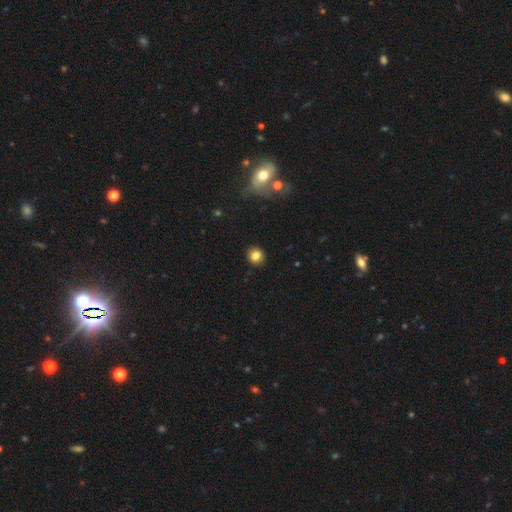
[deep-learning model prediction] This is clearly a smooth galaxy (83%). How rounded: clearly round (89%). Merging: clearly none (92%).